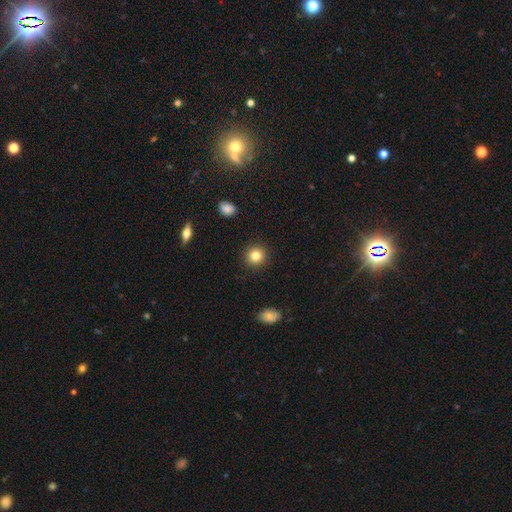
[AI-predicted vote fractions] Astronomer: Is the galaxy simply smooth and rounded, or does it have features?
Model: smooth — 83%.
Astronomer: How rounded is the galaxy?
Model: round — 91%.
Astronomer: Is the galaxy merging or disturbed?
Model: none — 91%.